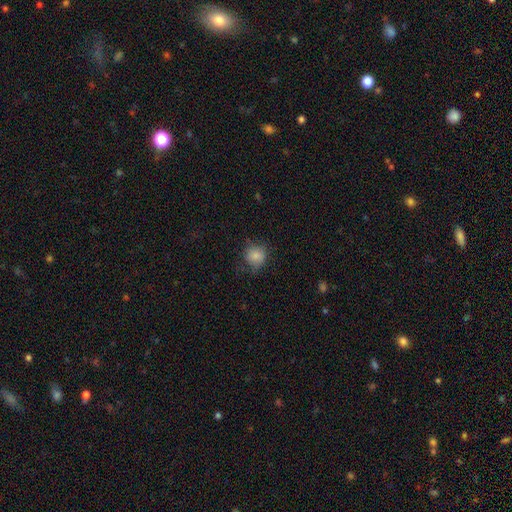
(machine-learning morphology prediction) Smooth or featured: smooth — 81% (star or artifact — 10%)
How rounded: round — 81% (in between — 18%)
Merging: none — 63% (minor disturbance — 25%)